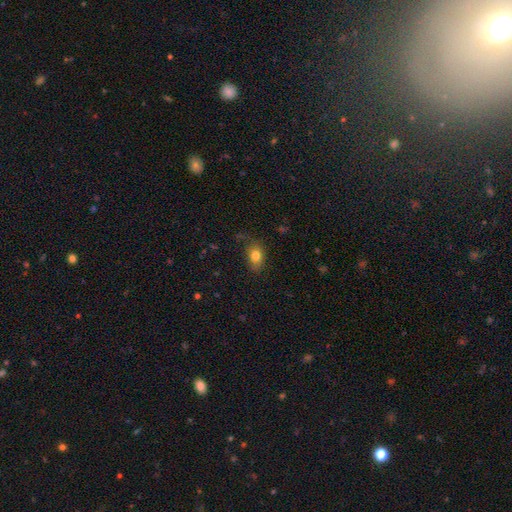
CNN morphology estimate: smooth 80%, featured or disk 11%, star or artifact 10%. Down the decision tree: how rounded — in between (78%); merging — none (73%).